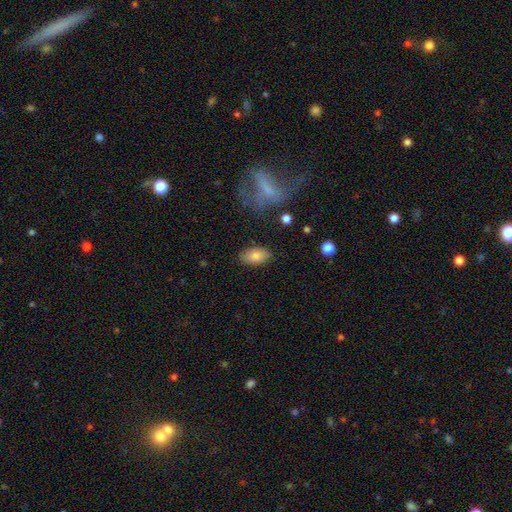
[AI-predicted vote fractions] This appears to be a smooth galaxy with no disk features (81%) that is in between round and cigar-shaped (93%). Merging: none (84%).